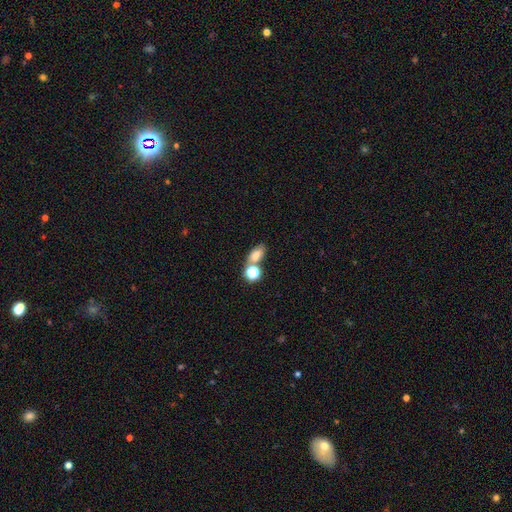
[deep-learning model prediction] Morphology: type=smooth (72%); roundness=in between (75%); merging=none (54%).